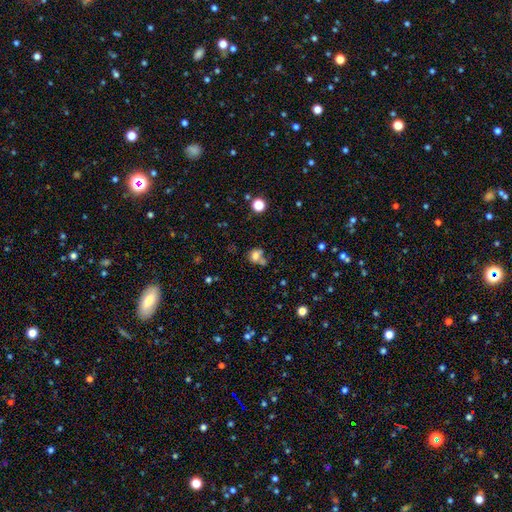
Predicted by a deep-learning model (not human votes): Smooth or featured?
  - smooth: 71% *
  - star or artifact: 16%
  - featured or disk: 14%
How rounded?
  - round: 55% *
  - in between: 43%
  - cigar-shaped: 1%
Merging?
  - merger: 39% *
  - none: 35%
  - minor disturbance: 15%
  - major disturbance: 11%